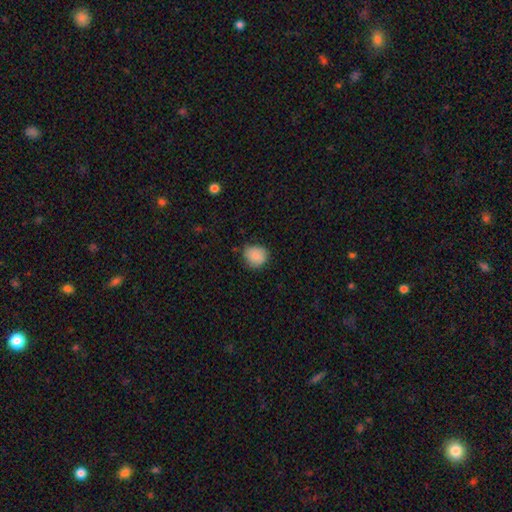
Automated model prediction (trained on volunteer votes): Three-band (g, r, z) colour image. It shows a smooth galaxy with no disk features (86%) that is round (69%). Merging: none (69%).